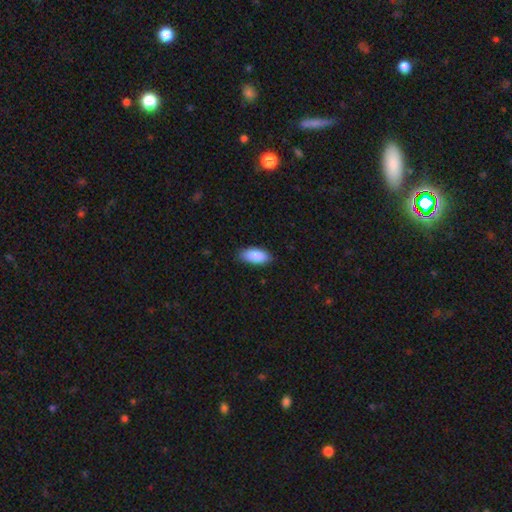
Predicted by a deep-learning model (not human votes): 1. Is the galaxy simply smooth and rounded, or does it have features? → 89% smooth, 6% star or artifact, 5% featured or disk.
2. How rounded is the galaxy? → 90% in between, 8% cigar-shaped, 2% round.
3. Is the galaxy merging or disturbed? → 83% none, 13% minor disturbance, 2% major disturbance, 1% merger.